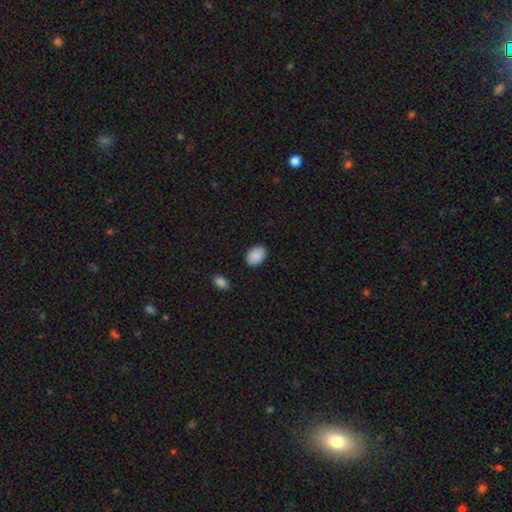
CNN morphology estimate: Smooth or featured? Predicted: smooth (p=0.90). How rounded? Predicted: in between (p=0.81). Merging? Predicted: none (p=0.87).